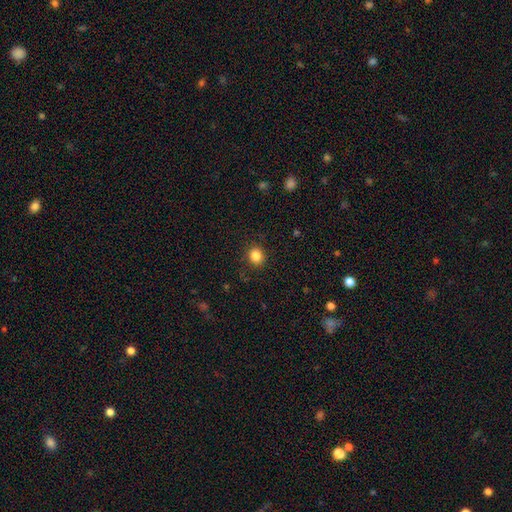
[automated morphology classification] Smooth or featured? smooth (84%)
How rounded? round (81%)
Merging? none (88%)